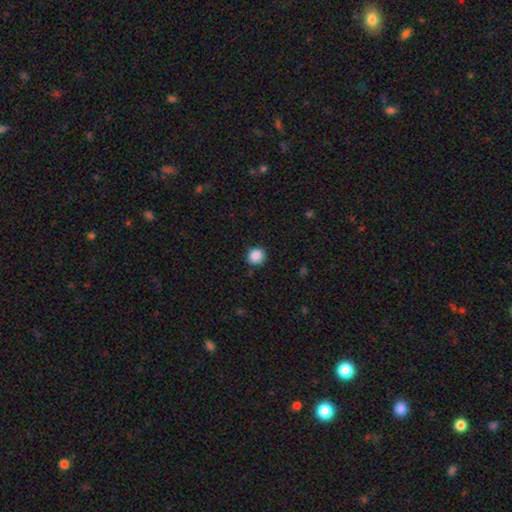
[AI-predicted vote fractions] Q: Smooth or featured?
A: smooth (88%); runner-up: star or artifact (9%)
Q: How rounded?
A: round (90%); runner-up: in between (9%)
Q: Merging?
A: none (88%); runner-up: minor disturbance (8%)